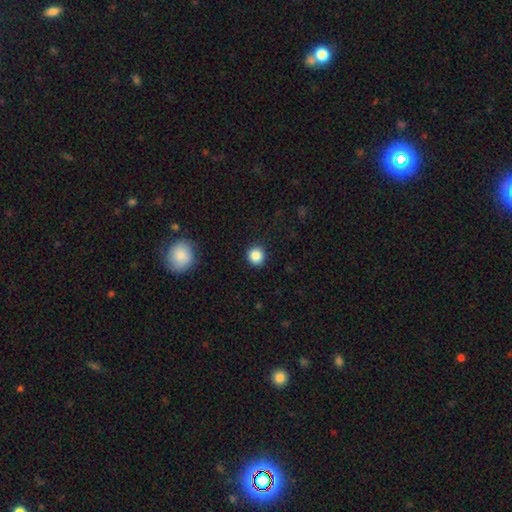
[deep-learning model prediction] Smooth or featured?
  - smooth: 86% *
  - star or artifact: 10%
  - featured or disk: 4%
How rounded?
  - round: 92% *
  - in between: 7%
  - cigar-shaped: 1%
Merging?
  - none: 91% *
  - minor disturbance: 6%
  - major disturbance: 2%
  - merger: 1%